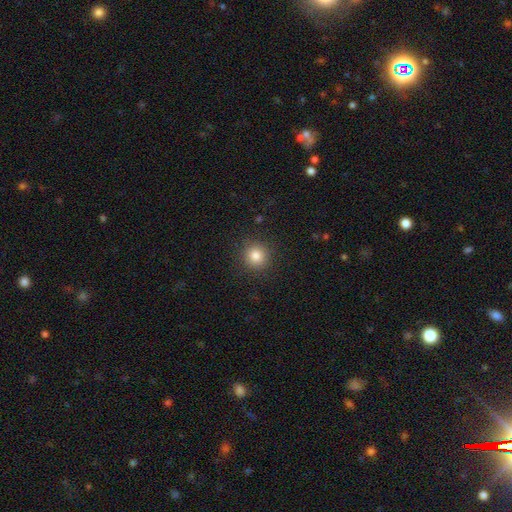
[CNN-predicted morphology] Smooth or featured? Predicted: smooth (p=0.83). How rounded? Predicted: round (p=0.93). Merging? Predicted: none (p=0.90).